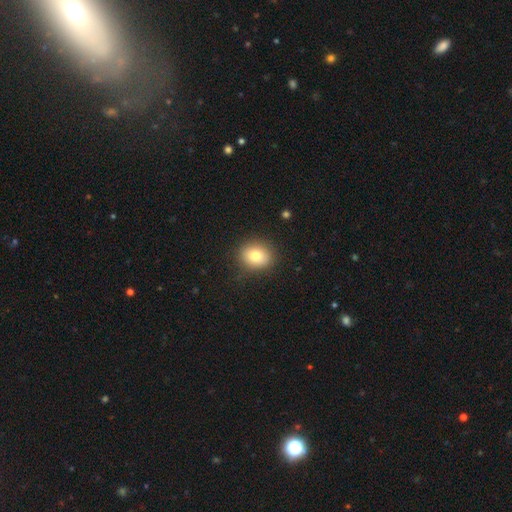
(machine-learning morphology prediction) Q: Smooth or featured?
A: smooth (79%); runner-up: featured or disk (11%)
Q: How rounded?
A: round (62%); runner-up: in between (37%)
Q: Merging?
A: none (87%); runner-up: minor disturbance (9%)